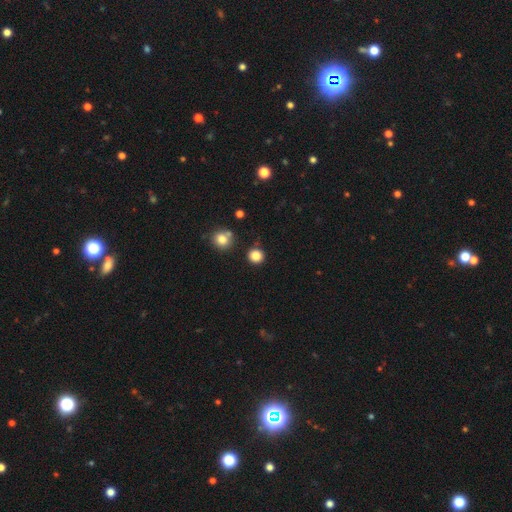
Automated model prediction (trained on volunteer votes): Smooth or featured? smooth (85%)
How rounded? round (92%)
Merging? none (87%)